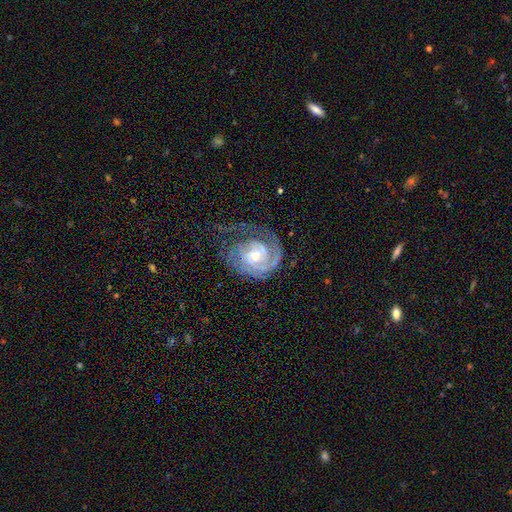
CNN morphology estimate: smooth-or-featured: featured or disk: 87% | smooth: 8% | star or artifact: 5%
  disk-edge-on: no: 98% | yes: 2%
    bar: no: 61% | weak: 33% | strong: 6%
    has-spiral-arms: yes: 96% | no: 4%
      spiral-winding: tight: 64% | medium: 27% | loose: 9%
      spiral-arm-count: 2: 33% | can't tell: 23% | 1: 21% | 3: 13% | 4: 5% | more than 4: 4%
    bulge-size: moderate: 49% | small: 44% | large: 4% | none: 2% | dominant: 1%
  merging: none: 55% | major disturbance: 24% | minor disturbance: 20% | merger: 2%